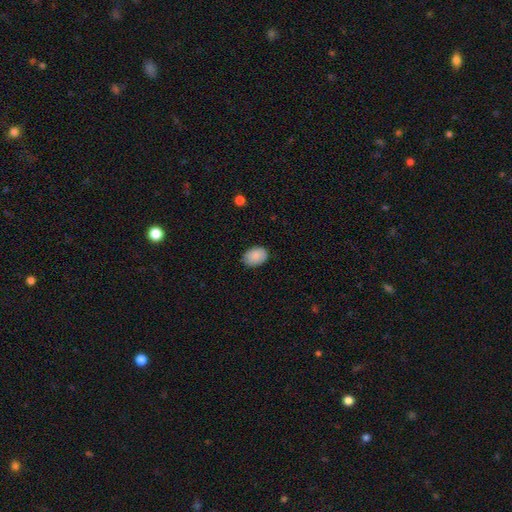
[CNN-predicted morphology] smooth_or_featured: smooth (p=0.88) [alt: star or artifact p=0.07]
how_rounded: in between (p=0.80) [alt: round p=0.19]
merging: none (p=0.85) [alt: minor disturbance p=0.12]